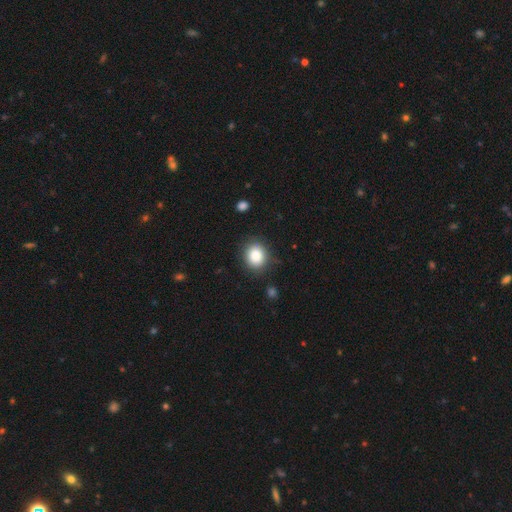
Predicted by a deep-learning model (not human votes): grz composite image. It shows a smooth galaxy with no disk features (86%) that is round (67%). Merging: none (84%).